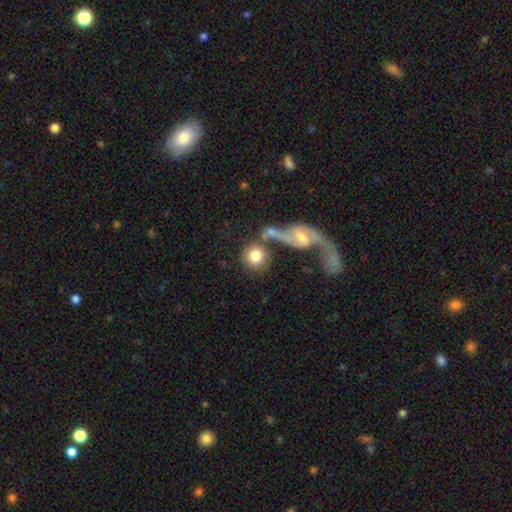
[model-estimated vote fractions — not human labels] A smooth galaxy with no disk features (75%) that is round (89%).

Vote fractions:
- Smooth or featured? smooth: 75% / featured or disk: 18% / star or artifact: 7%
- How rounded? round: 89% / in between: 9% / cigar-shaped: 2%
- Merging? none: 49% / merger: 32% / minor disturbance: 11% / major disturbance: 8%